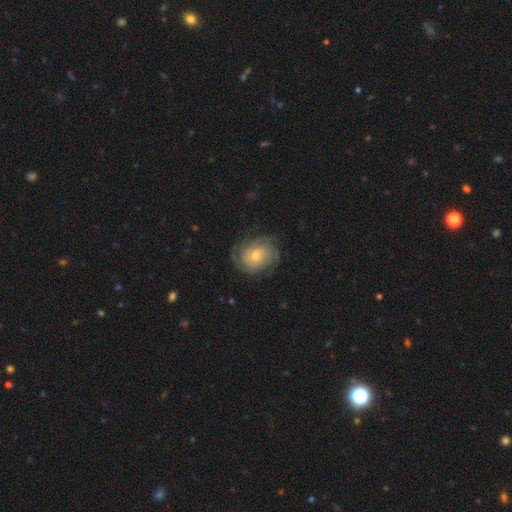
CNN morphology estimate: Smooth or featured: featured or disk — 73% (smooth — 21%)
Edge-on disk: no — 97% (yes — 3%)
Bar: no — 73% (weak — 24%)
Spiral arms: yes — 92% (no — 8%)
Spiral winding: tight — 69% (medium — 24%)
Spiral arm count: can't tell — 42% (2 — 21%)
Bulge size: moderate — 51% (small — 40%)
Merging: none — 72% (minor disturbance — 18%)